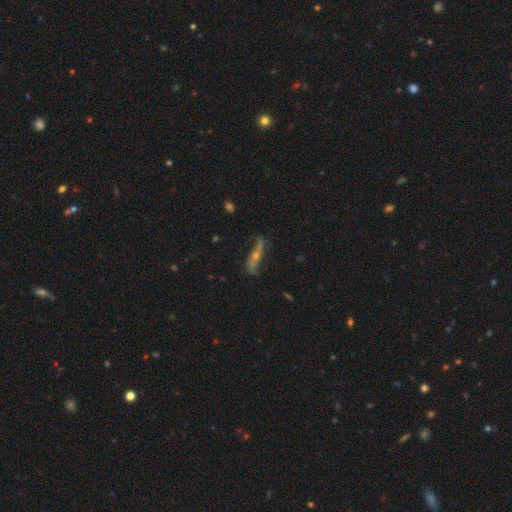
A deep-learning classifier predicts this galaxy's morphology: Smooth or featured? Predicted: featured or disk (p=0.75). Edge-on disk? Predicted: no (p=0.51). Merging? Predicted: none (p=0.73).